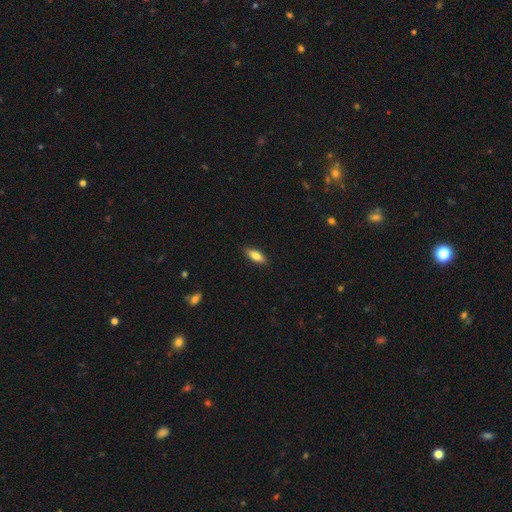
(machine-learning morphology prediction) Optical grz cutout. It shows a smooth galaxy with no disk features (78%) that is in between round and cigar-shaped (73%). Merging: none (86%).